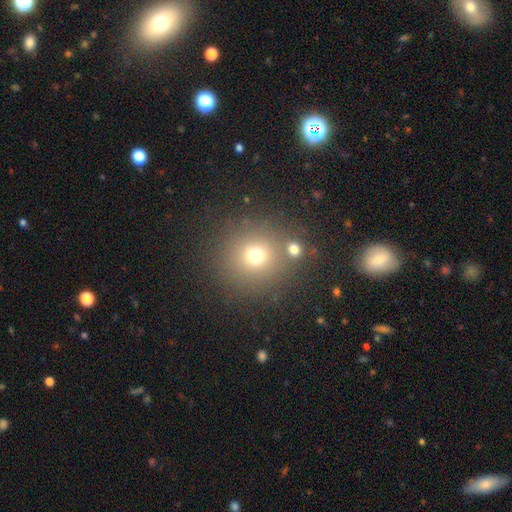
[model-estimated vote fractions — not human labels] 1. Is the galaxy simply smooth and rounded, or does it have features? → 68% smooth, 20% star or artifact, 11% featured or disk.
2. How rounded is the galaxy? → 92% round, 7% in between, 1% cigar-shaped.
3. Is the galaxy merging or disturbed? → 76% none, 11% merger, 9% minor disturbance, 5% major disturbance.